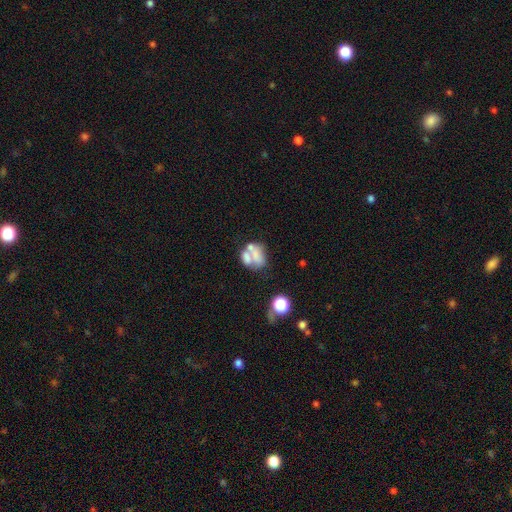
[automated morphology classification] A smooth galaxy with no disk features (51%) that is in between round and cigar-shaped (66%).

Vote fractions:
- Smooth or featured? smooth: 51% / featured or disk: 36% / star or artifact: 13%
- How rounded? in between: 66% / round: 32% / cigar-shaped: 2%
- Merging? merger: 48% / none: 25% / major disturbance: 14% / minor disturbance: 13%